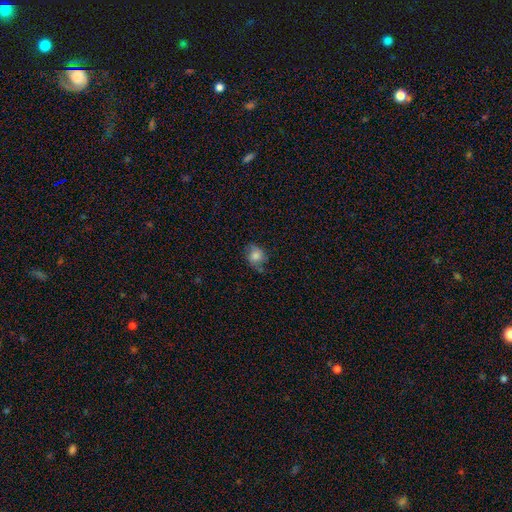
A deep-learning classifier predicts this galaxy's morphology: A smooth galaxy with no disk features (73%) that is round (65%).

Vote fractions:
- Smooth or featured? smooth: 73% / featured or disk: 17% / star or artifact: 10%
- How rounded? round: 65% / in between: 34% / cigar-shaped: 1%
- Merging? none: 64% / minor disturbance: 26% / major disturbance: 7% / merger: 3%